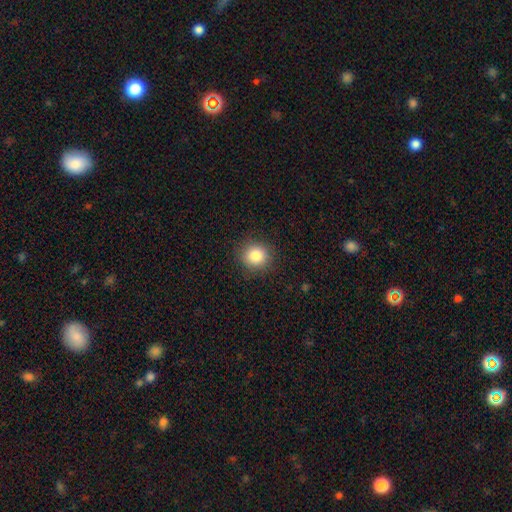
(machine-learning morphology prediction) A smooth galaxy with no disk features (85%) that is round (85%).

Vote fractions:
- Smooth or featured? smooth: 85% / star or artifact: 10% / featured or disk: 5%
- How rounded? round: 85% / in between: 14% / cigar-shaped: 1%
- Merging? none: 88% / minor disturbance: 8% / major disturbance: 3% / merger: 1%